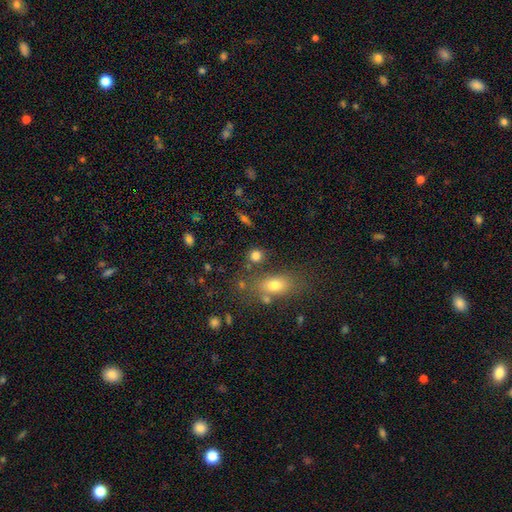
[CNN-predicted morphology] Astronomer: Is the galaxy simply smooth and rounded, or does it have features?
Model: smooth — 80%.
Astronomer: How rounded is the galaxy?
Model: round — 75%.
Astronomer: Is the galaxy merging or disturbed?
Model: none — 71%.